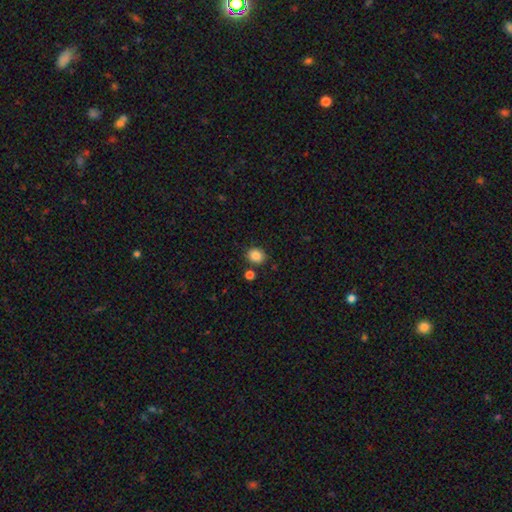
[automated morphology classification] This is clearly a smooth galaxy (86%). How rounded: likely round (65%). Merging: clearly none (82%).